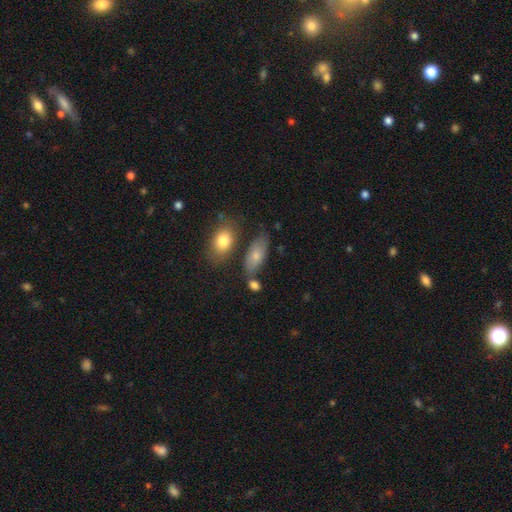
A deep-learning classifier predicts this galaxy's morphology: A smooth galaxy with no disk features (73%) that is in between round and cigar-shaped (85%). Merging: none (64%).